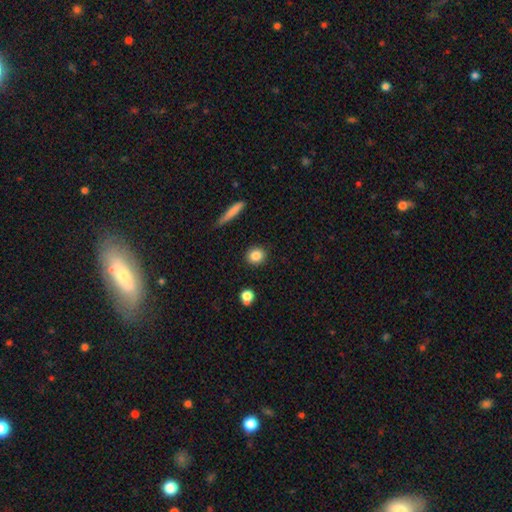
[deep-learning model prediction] Smooth or featured? smooth (86%)
How rounded? round (82%)
Merging? none (90%)